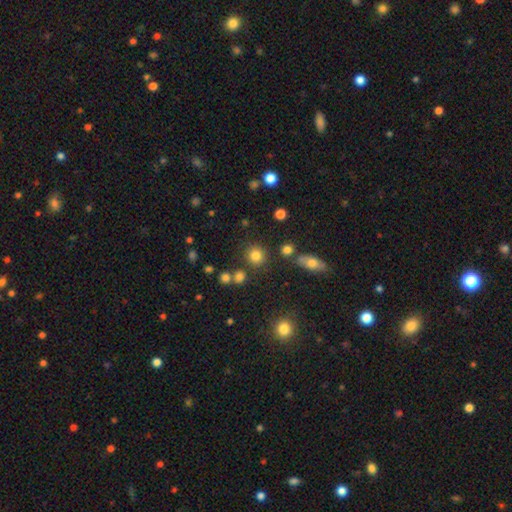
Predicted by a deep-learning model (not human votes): This is likely a smooth galaxy (79%). How rounded: clearly round (90%). Merging: clearly none (81%).